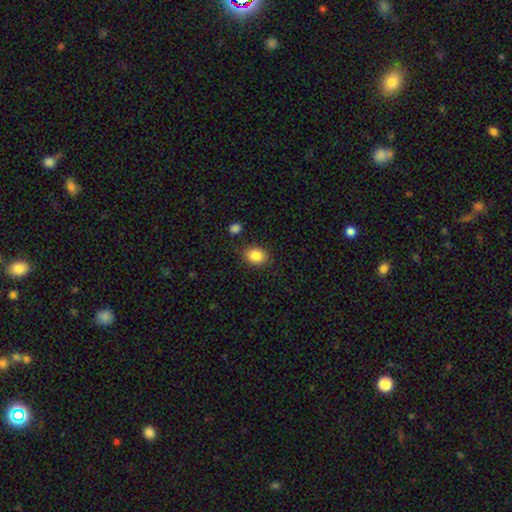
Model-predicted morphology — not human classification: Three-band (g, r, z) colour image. It shows a smooth galaxy with no disk features (86%) that is round (59%). Merging: none (83%).